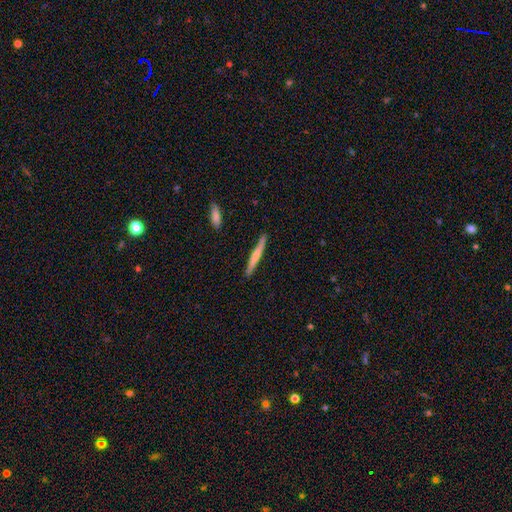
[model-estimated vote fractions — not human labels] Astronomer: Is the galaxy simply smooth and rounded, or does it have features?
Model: smooth — 57% (runner-up: featured or disk, 37%).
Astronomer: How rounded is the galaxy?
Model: cigar-shaped — 96%.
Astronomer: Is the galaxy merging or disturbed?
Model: none — 88%.